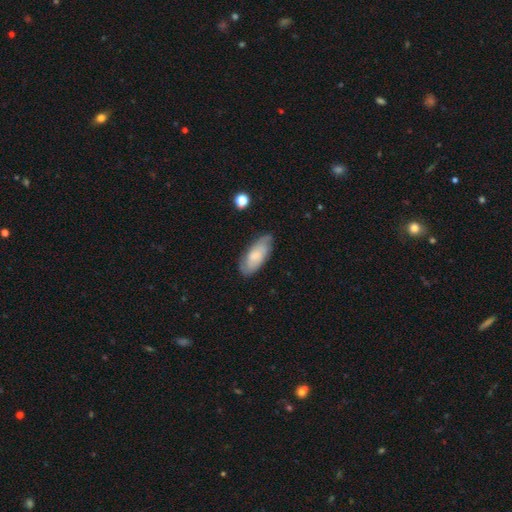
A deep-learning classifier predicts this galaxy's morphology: Smooth or featured?
  - smooth: 50% *
  - featured or disk: 43%
  - star or artifact: 7%
Merging?
  - none: 75% *
  - minor disturbance: 19%
  - major disturbance: 4%
  - merger: 1%